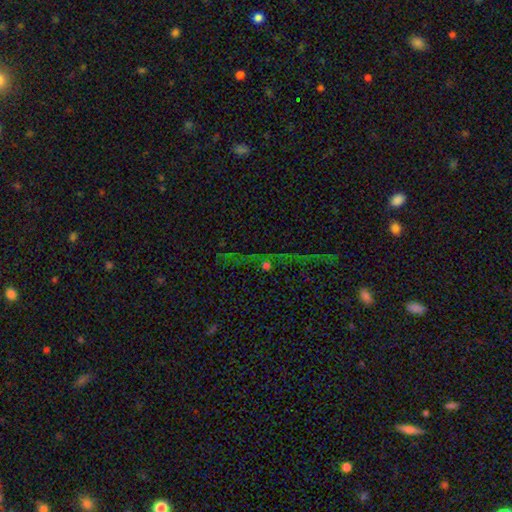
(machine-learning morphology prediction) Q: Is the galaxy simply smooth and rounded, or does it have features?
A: star or artifact — 67%.